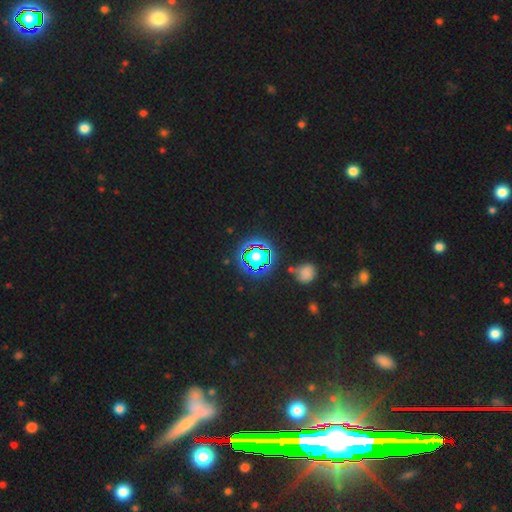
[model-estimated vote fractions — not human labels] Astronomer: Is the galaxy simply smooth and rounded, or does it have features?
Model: star or artifact — 68%.